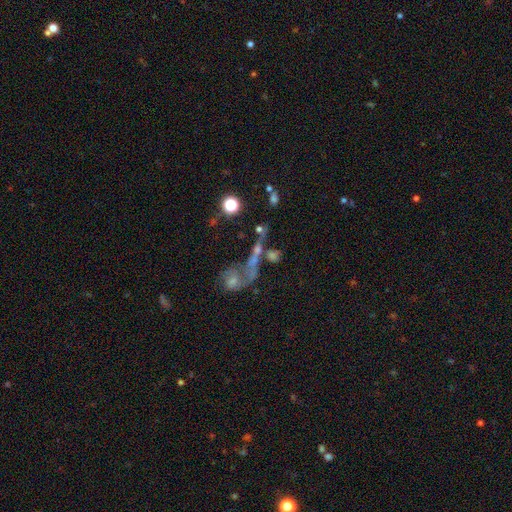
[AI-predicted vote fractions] Overall: featured or disk (38%; star or artifact 33%). Merging: merger (35%; none 30%).